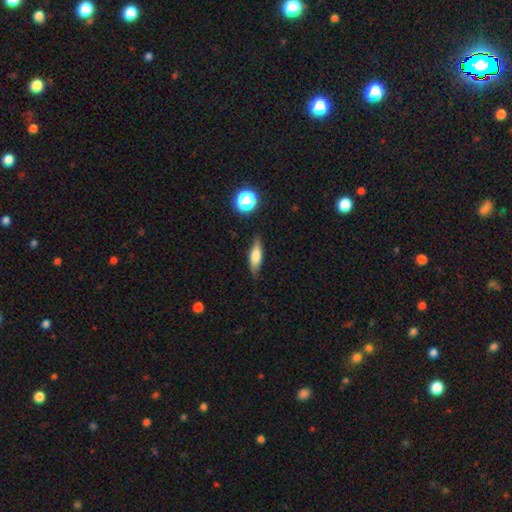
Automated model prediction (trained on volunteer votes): Morphology: type=smooth (61%); roundness=cigar-shaped (52%); merging=none (82%).